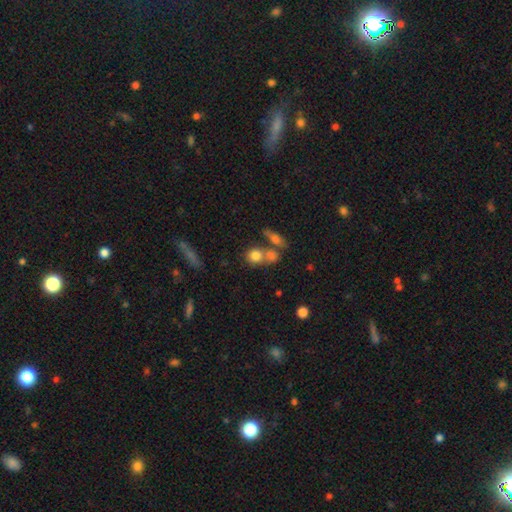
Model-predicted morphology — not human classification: smooth 77%, featured or disk 12%, star or artifact 11%. Down the decision tree: how rounded — round (66%); merging — none (44%).